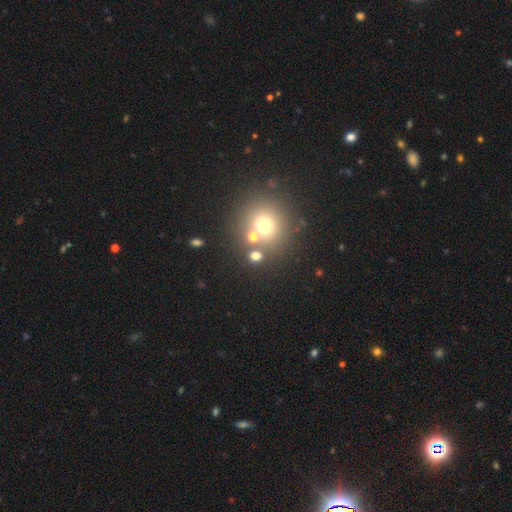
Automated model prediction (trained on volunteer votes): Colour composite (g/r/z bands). It shows a smooth galaxy with no disk features (67%) that is round (86%). Merging: none (69%).